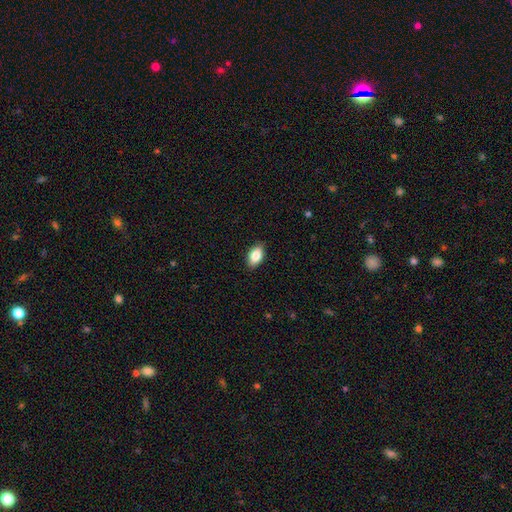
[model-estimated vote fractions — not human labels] Smooth or featured?
  - smooth: 84% *
  - featured or disk: 9%
  - star or artifact: 7%
How rounded?
  - in between: 91% *
  - round: 6%
  - cigar-shaped: 3%
Merging?
  - none: 88% *
  - minor disturbance: 9%
  - major disturbance: 2%
  - merger: 1%